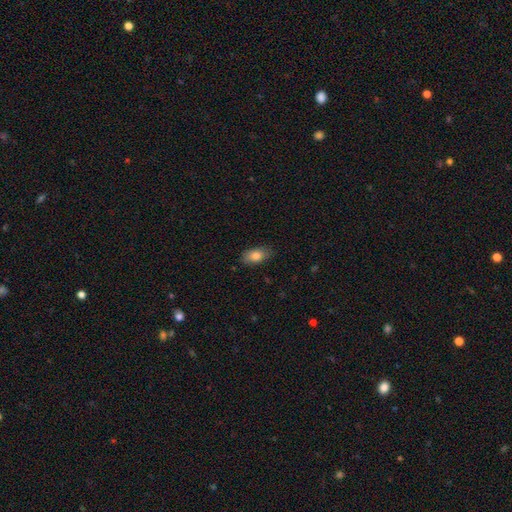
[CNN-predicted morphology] smooth-or-featured: smooth: 83% | featured or disk: 10% | star or artifact: 7%
  how-rounded: in between: 89% | round: 6% | cigar-shaped: 5%
  merging: none: 80% | minor disturbance: 16% | major disturbance: 3% | merger: 1%